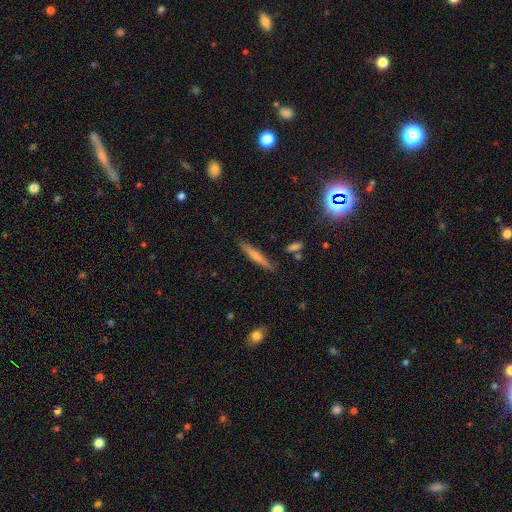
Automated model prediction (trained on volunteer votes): smooth-or-featured: smooth: 51% | featured or disk: 40% | star or artifact: 10%
  how-rounded: cigar-shaped: 92% | in between: 6% | round: 2%
  merging: none: 87% | minor disturbance: 9% | merger: 2% | major disturbance: 2%